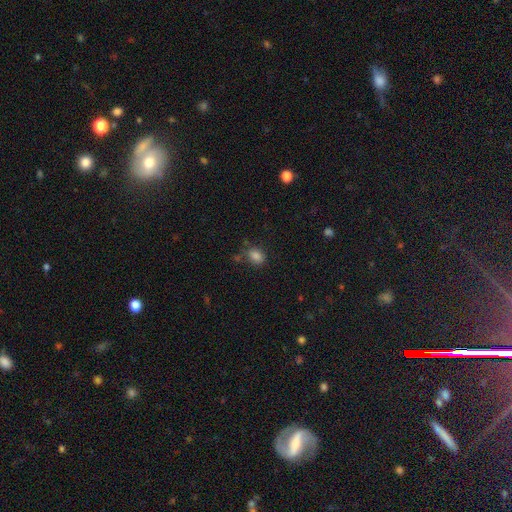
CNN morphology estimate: A smooth galaxy with no disk features (83%) that is in between round and cigar-shaped (71%).

Vote fractions:
- Smooth or featured? smooth: 83% / star or artifact: 11% / featured or disk: 5%
- How rounded? in between: 71% / round: 28% / cigar-shaped: 1%
- Merging? none: 70% / minor disturbance: 17% / merger: 7% / major disturbance: 6%